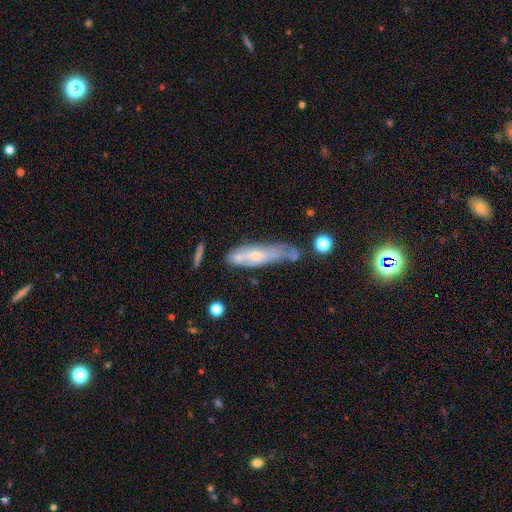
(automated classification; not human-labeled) Overall: featured or disk (50%; smooth 43%). Merging: none (33%; minor disturbance 30%).